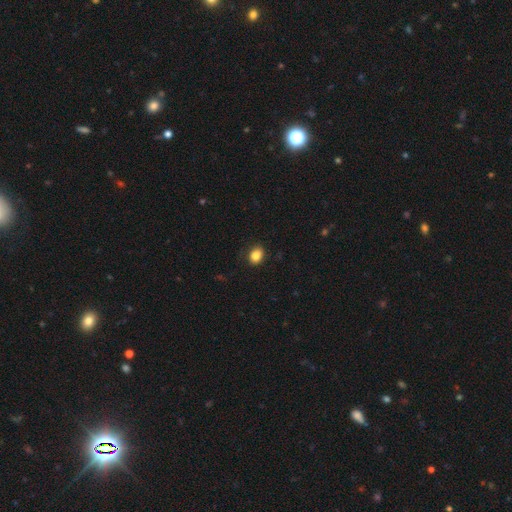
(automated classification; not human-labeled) A smooth galaxy with no disk features (85%) that is in between round and cigar-shaped (63%).

Vote fractions:
- Smooth or featured? smooth: 85% / star or artifact: 9% / featured or disk: 6%
- How rounded? in between: 63% / round: 36% / cigar-shaped: 1%
- Merging? none: 83% / minor disturbance: 13% / major disturbance: 3% / merger: 1%